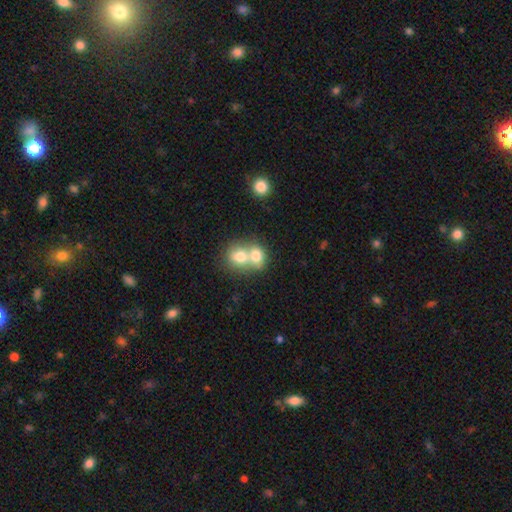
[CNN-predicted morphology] A smooth galaxy with no disk features (74%) that is round (59%).

Vote fractions:
- Smooth or featured? smooth: 74% / featured or disk: 17% / star or artifact: 9%
- How rounded? round: 59% / in between: 40% / cigar-shaped: 1%
- Merging? merger: 72% / none: 21% / minor disturbance: 5% / major disturbance: 3%